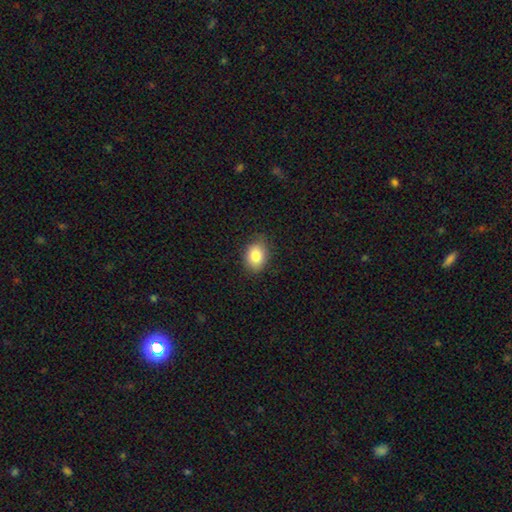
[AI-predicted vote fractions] Morphology: type=smooth (84%); roundness=in between (71%); merging=none (82%).